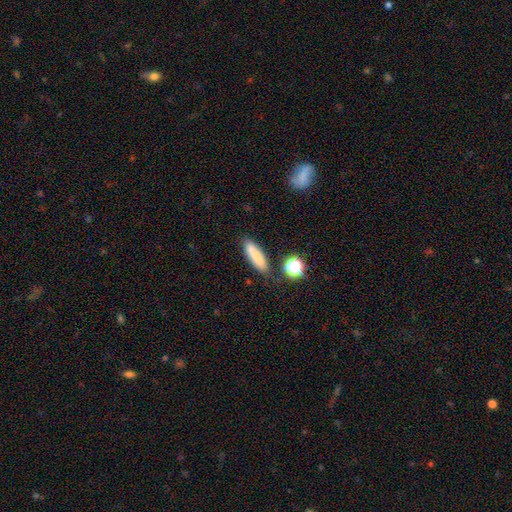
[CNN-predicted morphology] Smooth or featured? Predicted: smooth (p=0.80). How rounded? Predicted: cigar-shaped (p=0.54). Merging? Predicted: none (p=0.78).